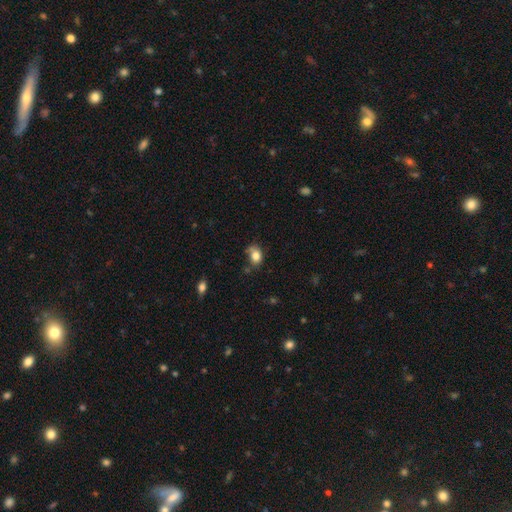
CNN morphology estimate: The model was most divided on "merging": none: 51%, minor disturbance: 31%, major disturbance: 10%, merger: 8%. More confident: smooth or featured — smooth (81%); how rounded — in between (61%).